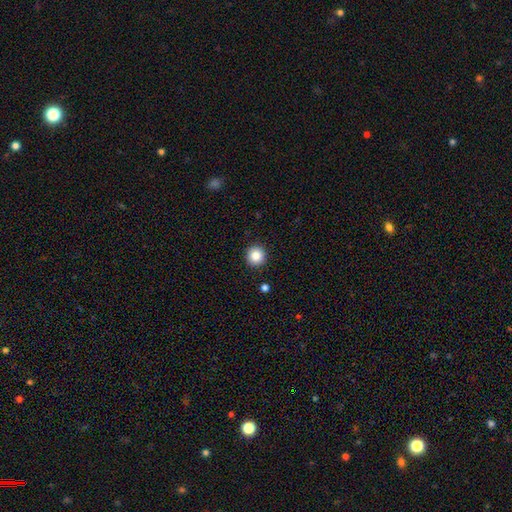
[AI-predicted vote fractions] This is clearly a smooth galaxy (85%). How rounded: clearly round (95%). Merging: clearly none (92%).